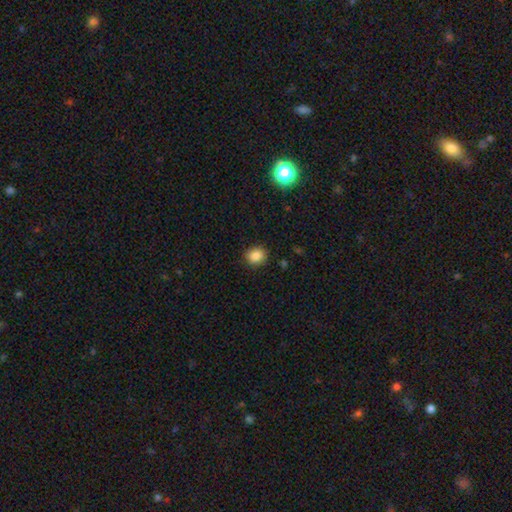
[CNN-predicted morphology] type=smooth (86%); roundness=round (75%); merging=none (88%).